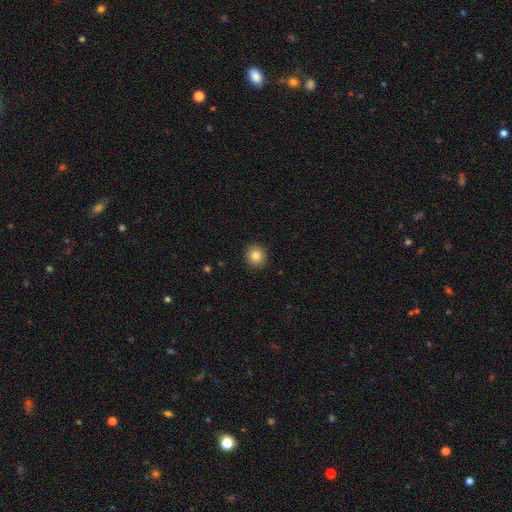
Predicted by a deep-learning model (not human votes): Smooth or featured: smooth — 84% (star or artifact — 10%)
How rounded: round — 87% (in between — 13%)
Merging: none — 92% (minor disturbance — 6%)